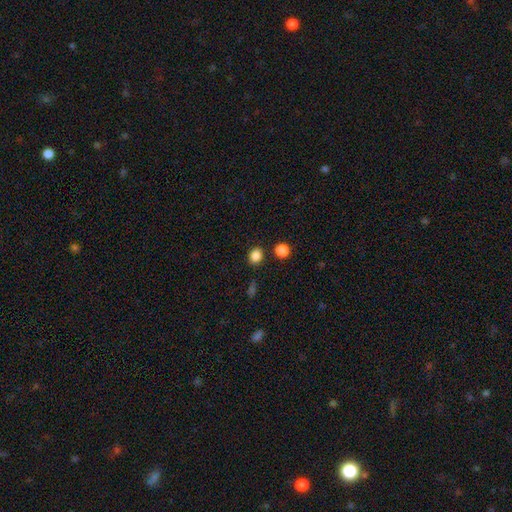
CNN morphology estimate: Smooth or featured?
  - smooth: 85% *
  - star or artifact: 11%
  - featured or disk: 4%
How rounded?
  - round: 65% *
  - in between: 34%
  - cigar-shaped: 1%
Merging?
  - none: 84% *
  - minor disturbance: 8%
  - merger: 5%
  - major disturbance: 3%